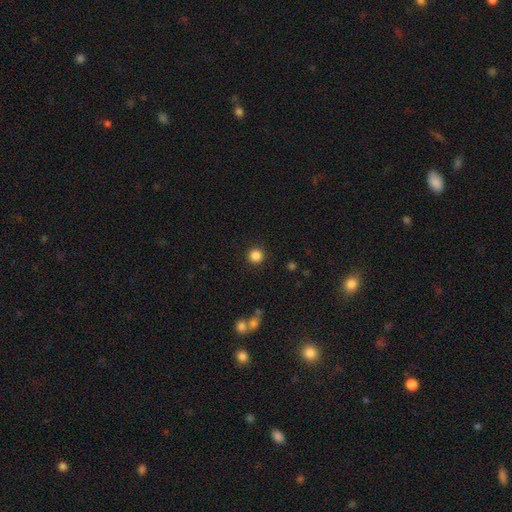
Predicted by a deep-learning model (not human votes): This is clearly a smooth galaxy (86%). How rounded: clearly round (95%). Merging: clearly none (92%).